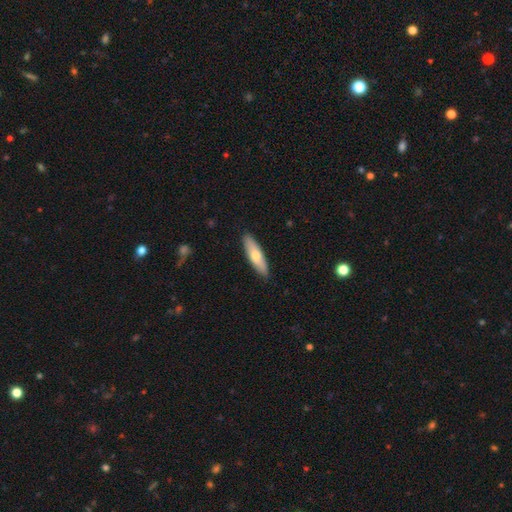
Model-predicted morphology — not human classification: smooth-or-featured: smooth: 62% | featured or disk: 33% | star or artifact: 5%
  how-rounded: cigar-shaped: 62% | in between: 36% | round: 2%
  merging: none: 89% | minor disturbance: 8% | major disturbance: 2% | merger: 1%